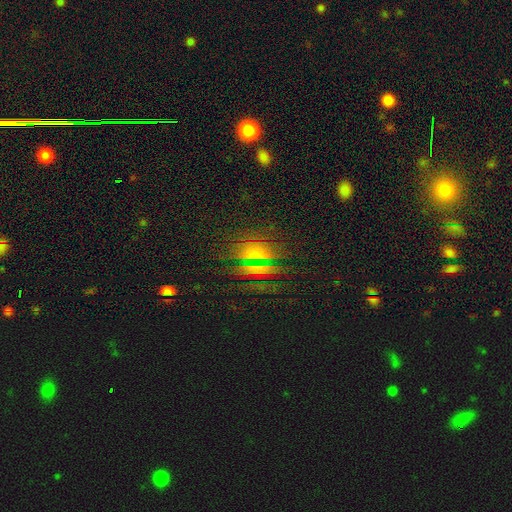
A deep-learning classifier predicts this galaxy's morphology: A star or artifact, not a galaxy (51%).

Vote fractions:
- Smooth or featured? star or artifact: 51% / smooth: 33% / featured or disk: 15%